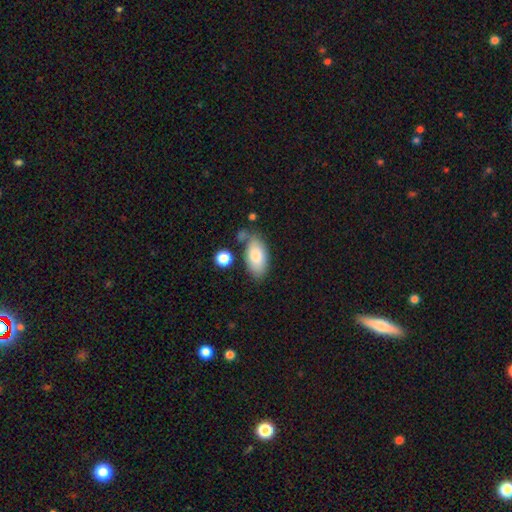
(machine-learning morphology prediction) smooth_or_featured: smooth (p=0.79) [alt: featured or disk p=0.15]
how_rounded: in between (p=0.92) [alt: cigar-shaped p=0.05]
merging: none (p=0.71) [alt: minor disturbance p=0.17]